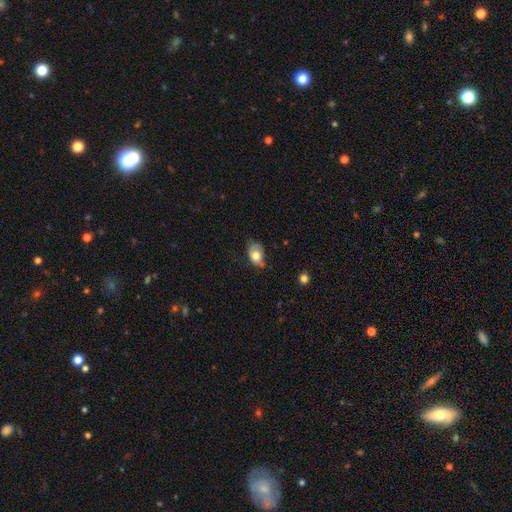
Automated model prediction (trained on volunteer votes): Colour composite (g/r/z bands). It shows a smooth galaxy with no disk features (67%) that is in between round and cigar-shaped (81%). Merging: minor disturbance (42%).